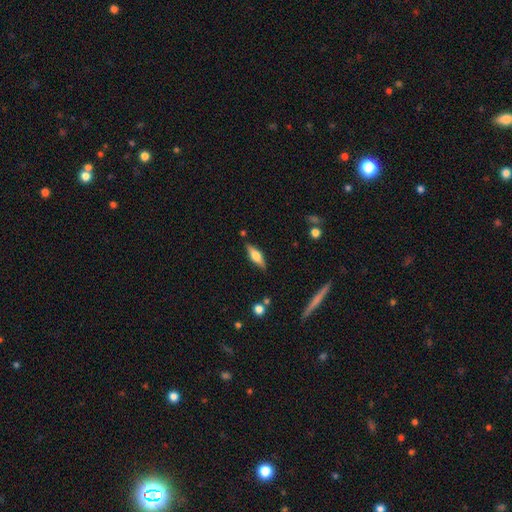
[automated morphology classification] This appears to be a featured or disk galaxy (49%). Merging: none (84%).